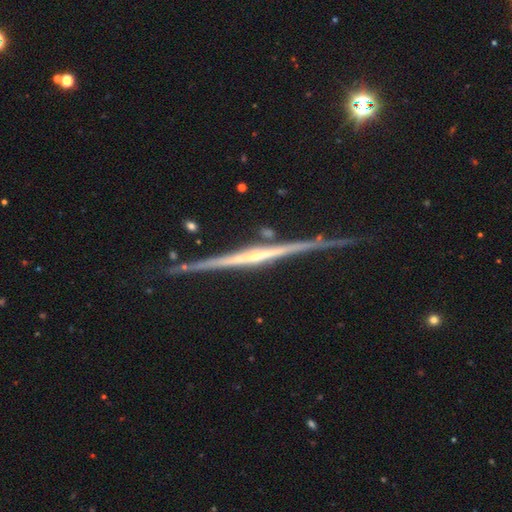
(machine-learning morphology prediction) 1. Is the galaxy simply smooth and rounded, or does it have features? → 86% featured or disk, 7% smooth, 6% star or artifact.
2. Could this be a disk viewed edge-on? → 98% yes, 2% no.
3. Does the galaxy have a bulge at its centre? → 45% none (tied), 45% rounded (tied), 10% boxy.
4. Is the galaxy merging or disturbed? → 82% none, 13% minor disturbance, 3% merger, 3% major disturbance.